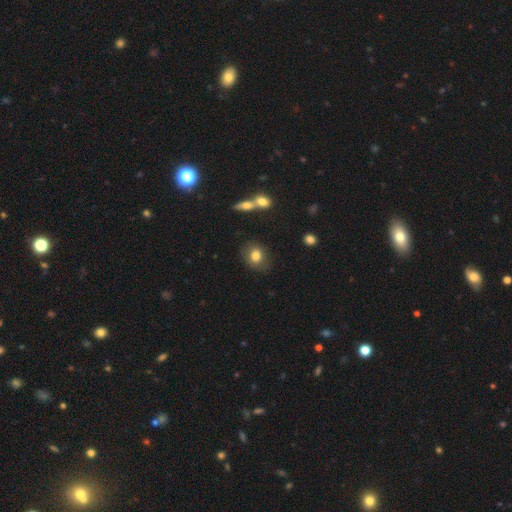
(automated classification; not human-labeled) Smooth or featured? smooth (80%)
How rounded? round (58%)
Merging? none (77%)